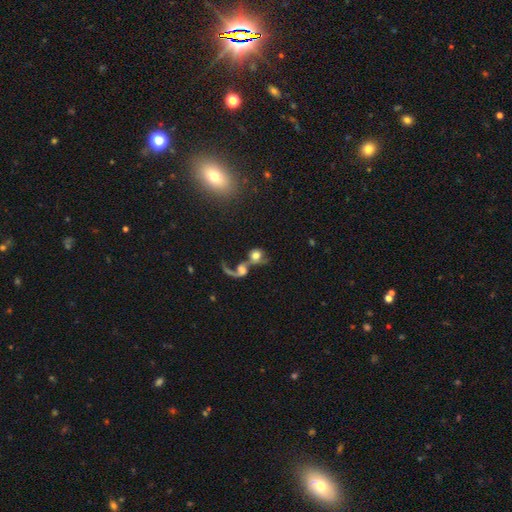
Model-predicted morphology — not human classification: Q: Smooth or featured?
A: smooth (52%); runner-up: featured or disk (37%)
Q: How rounded?
A: round (69%); runner-up: in between (28%)
Q: Merging?
A: merger (68%); runner-up: none (15%)